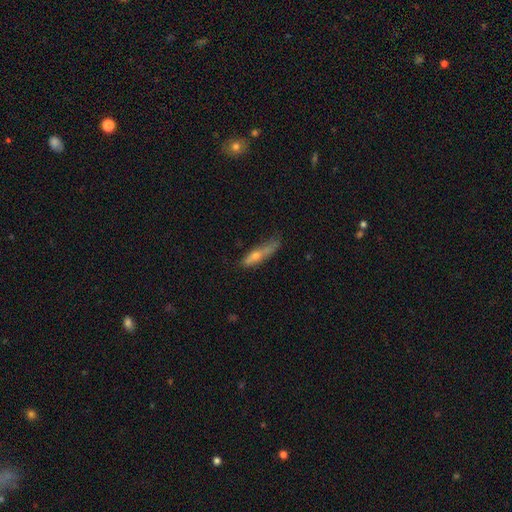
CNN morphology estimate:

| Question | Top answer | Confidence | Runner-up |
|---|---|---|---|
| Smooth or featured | smooth | 52% | featured or disk (39%) |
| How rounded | cigar-shaped | 78% | in between (19%) |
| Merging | none | 49% | minor disturbance (31%) |